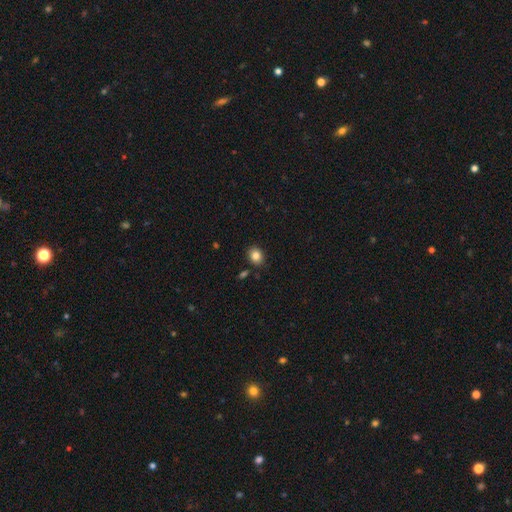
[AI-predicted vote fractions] This is clearly a smooth galaxy (84%). How rounded: possibly round (57%). Merging: clearly none (86%).